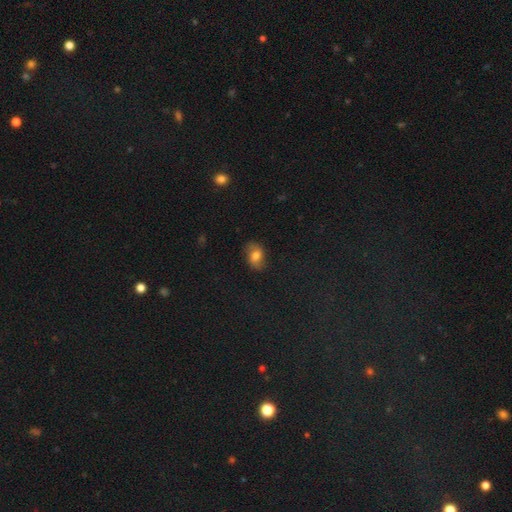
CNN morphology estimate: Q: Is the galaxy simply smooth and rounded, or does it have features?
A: smooth — 63%.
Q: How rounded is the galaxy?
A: in between — 78%.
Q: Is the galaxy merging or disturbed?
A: none — 77%.